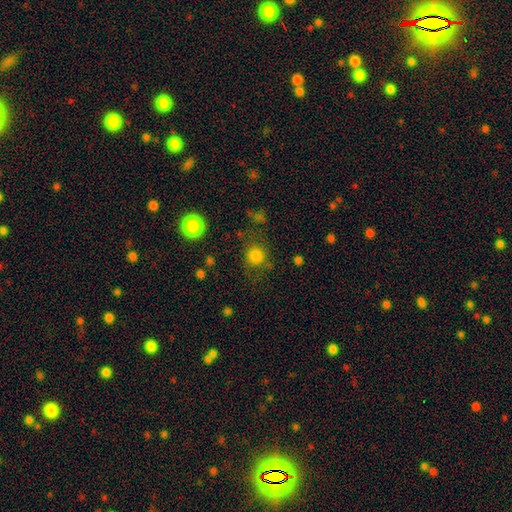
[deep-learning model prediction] Smooth or featured?
  - smooth: 81% *
  - star or artifact: 14%
  - featured or disk: 5%
How rounded?
  - round: 90% *
  - in between: 9%
  - cigar-shaped: 1%
Merging?
  - none: 76% *
  - minor disturbance: 12%
  - major disturbance: 7%
  - merger: 5%